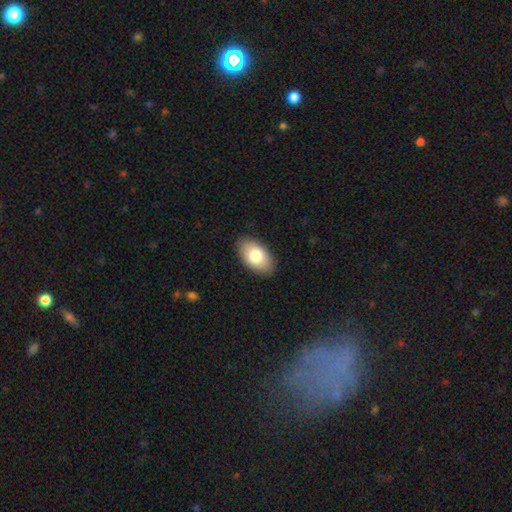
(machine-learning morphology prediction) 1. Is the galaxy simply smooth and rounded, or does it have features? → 79% smooth, 15% featured or disk, 6% star or artifact.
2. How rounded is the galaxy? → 94% in between, 4% round, 1% cigar-shaped.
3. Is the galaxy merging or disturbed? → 88% none, 9% minor disturbance, 2% major disturbance, 1% merger.